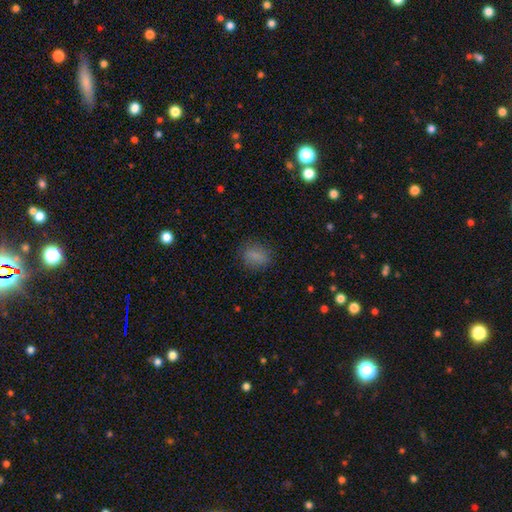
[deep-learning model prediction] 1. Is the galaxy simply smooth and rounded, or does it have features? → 80% smooth, 11% star or artifact, 9% featured or disk.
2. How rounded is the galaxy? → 59% in between, 37% round, 4% cigar-shaped.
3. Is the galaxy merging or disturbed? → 81% none, 13% minor disturbance, 5% major disturbance, 1% merger.